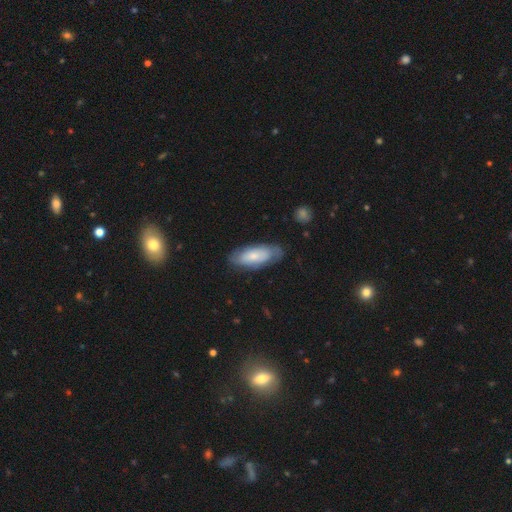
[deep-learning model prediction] Smooth or featured: smooth — 58% (featured or disk — 36%)
How rounded: in between — 81% (cigar-shaped — 17%)
Merging: none — 70% (minor disturbance — 22%)